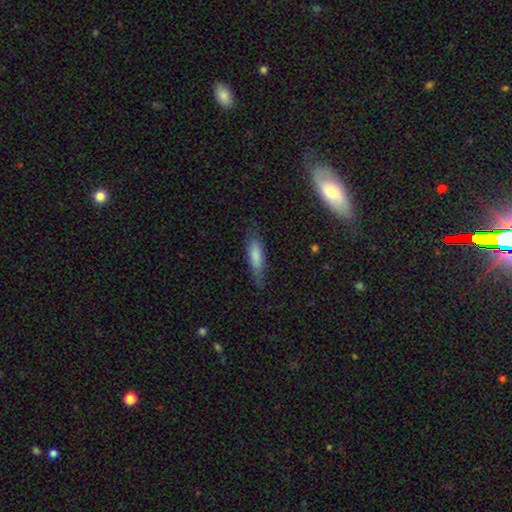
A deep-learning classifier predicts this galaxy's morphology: Smooth or featured?
  - smooth: 76% *
  - featured or disk: 17%
  - star or artifact: 7%
How rounded?
  - cigar-shaped: 60% *
  - in between: 38%
  - round: 2%
Merging?
  - none: 66% *
  - minor disturbance: 26%
  - major disturbance: 6%
  - merger: 2%